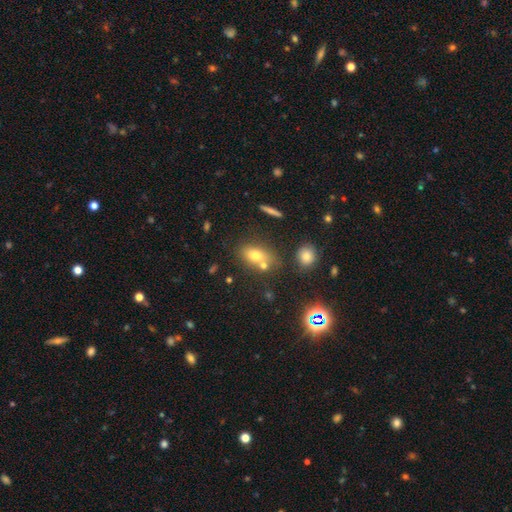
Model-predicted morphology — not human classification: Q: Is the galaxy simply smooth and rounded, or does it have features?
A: smooth — 65%.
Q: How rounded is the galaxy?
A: in between — 73%.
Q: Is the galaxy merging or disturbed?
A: none — 57%.